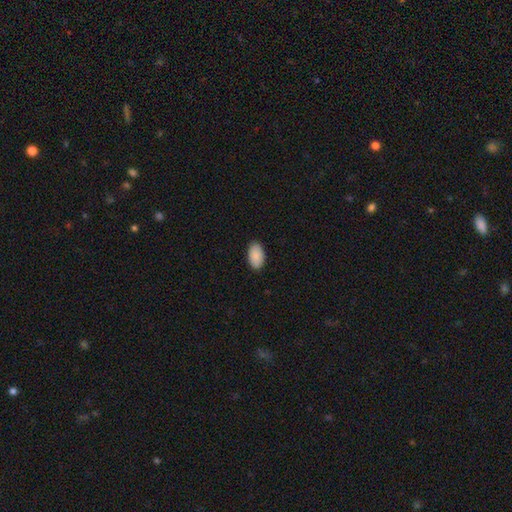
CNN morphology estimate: A smooth galaxy with no disk features (90%) that is in between round and cigar-shaped (95%).

Vote fractions:
- Smooth or featured? smooth: 90% / star or artifact: 6% / featured or disk: 4%
- How rounded? in between: 95% / round: 4% / cigar-shaped: 1%
- Merging? none: 89% / minor disturbance: 9% / major disturbance: 2% / merger: 1%